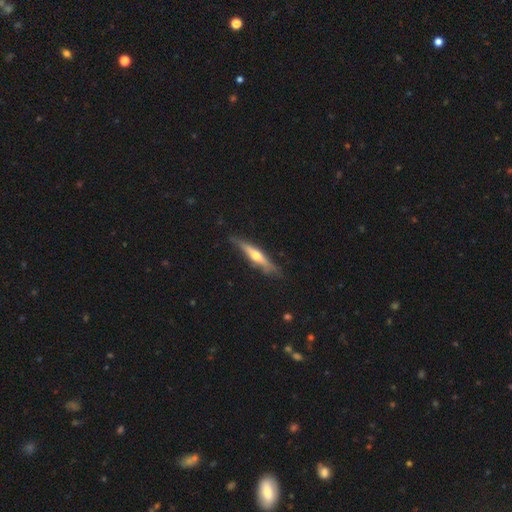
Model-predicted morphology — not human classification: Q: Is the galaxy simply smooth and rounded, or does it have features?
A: featured or disk — 63%.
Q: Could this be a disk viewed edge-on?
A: yes — 95%.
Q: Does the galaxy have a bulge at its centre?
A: rounded — 89%.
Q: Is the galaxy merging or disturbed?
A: none — 82%.